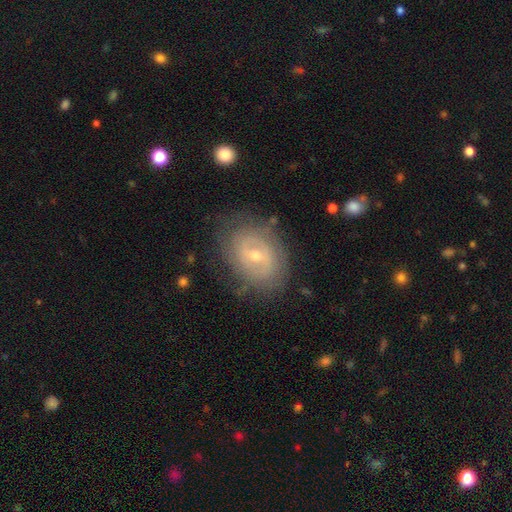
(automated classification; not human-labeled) This is likely a featured or disk galaxy (73%). It is clearly not viewed edge-on (95%). Bar: possibly weak (52%). Spiral arm pattern: likely yes (70%). Central bulge: possibly small (51%). Merging: likely none (74%).